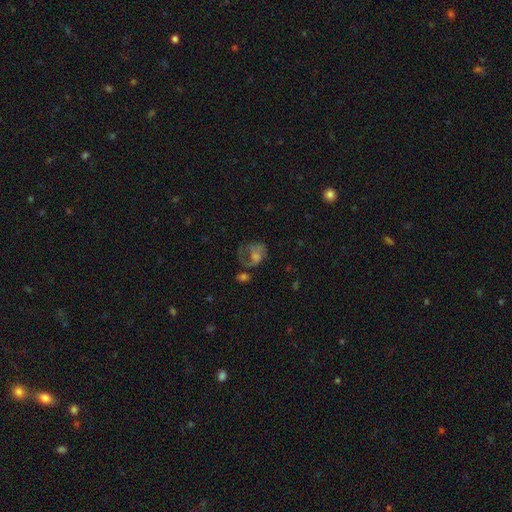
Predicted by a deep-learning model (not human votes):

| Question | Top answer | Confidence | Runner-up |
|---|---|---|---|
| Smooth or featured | featured or disk | 50% | smooth (31%) |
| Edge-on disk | no | 97% | yes (3%) |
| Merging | none | 35% | tied: major disturbance (35%) |